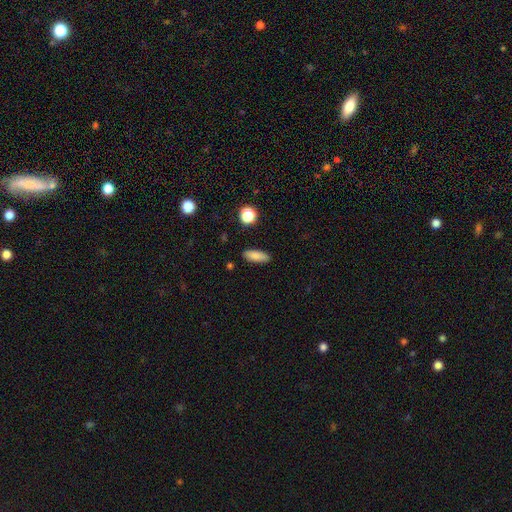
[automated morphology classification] smooth_or_featured: smooth (p=0.85) [alt: star or artifact p=0.09]
how_rounded: in between (p=0.61) [alt: cigar-shaped p=0.35]
merging: none (p=0.87) [alt: minor disturbance p=0.09]